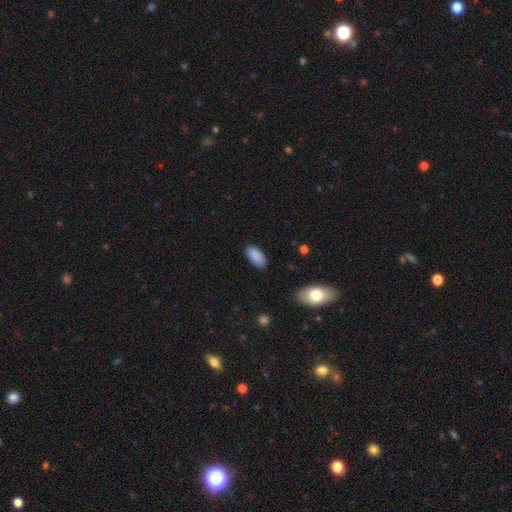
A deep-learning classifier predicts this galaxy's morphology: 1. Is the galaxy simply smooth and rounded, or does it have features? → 89% smooth, 7% star or artifact, 4% featured or disk.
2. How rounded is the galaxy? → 92% in between, 6% cigar-shaped, 2% round.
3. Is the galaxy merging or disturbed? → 84% none, 12% minor disturbance, 3% major disturbance, 1% merger.